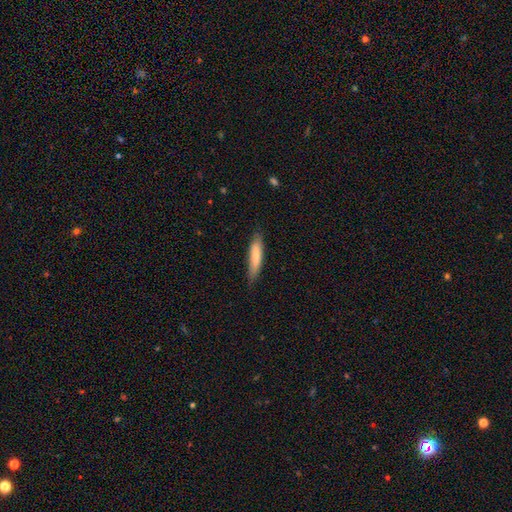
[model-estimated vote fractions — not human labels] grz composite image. It shows a smooth galaxy with no disk features (79%) that is cigar-shaped (82%). Merging: none (79%).